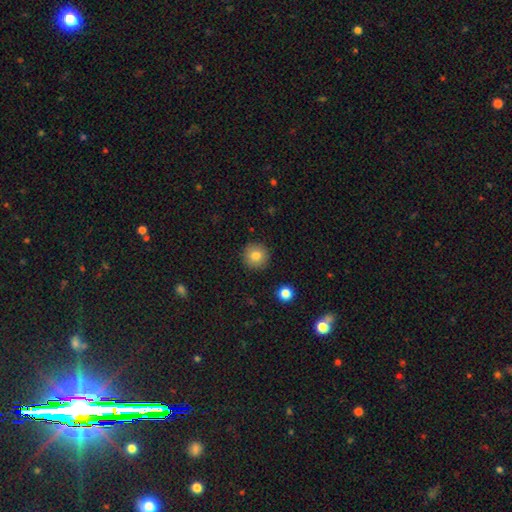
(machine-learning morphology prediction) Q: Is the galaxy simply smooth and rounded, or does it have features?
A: smooth — 81%.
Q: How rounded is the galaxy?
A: round — 95%.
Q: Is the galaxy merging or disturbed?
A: none — 91%.